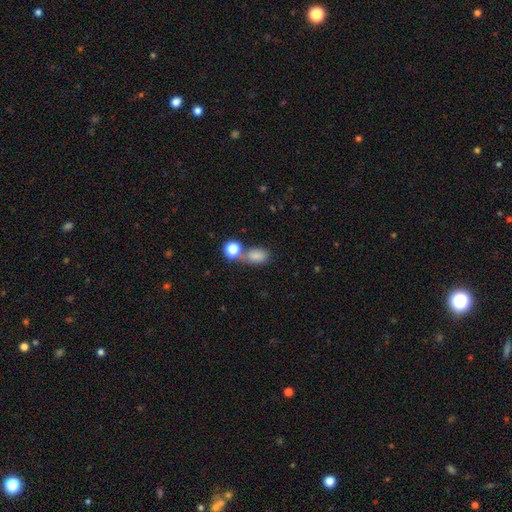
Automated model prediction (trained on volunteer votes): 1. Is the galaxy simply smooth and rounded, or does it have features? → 81% smooth, 12% star or artifact, 8% featured or disk.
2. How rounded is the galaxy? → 79% in between, 18% round, 2% cigar-shaped.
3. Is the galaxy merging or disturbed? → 42% none, 37% merger, 14% minor disturbance, 7% major disturbance.